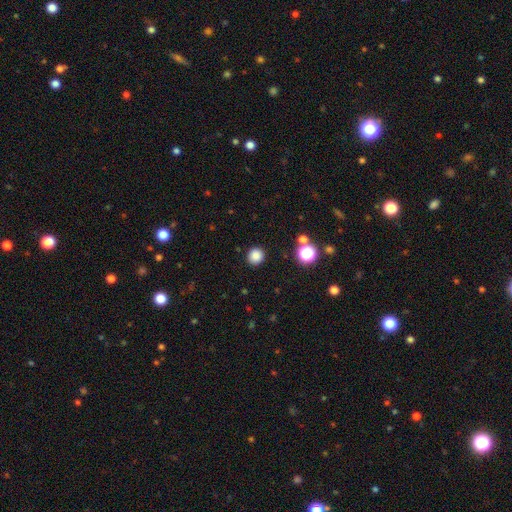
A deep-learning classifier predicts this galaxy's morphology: A smooth galaxy with no disk features (84%) that is round (91%).

Vote fractions:
- Smooth or featured? smooth: 84% / star or artifact: 12% / featured or disk: 3%
- How rounded? round: 91% / in between: 8% / cigar-shaped: 1%
- Merging? none: 90% / minor disturbance: 6% / major disturbance: 2% / merger: 2%